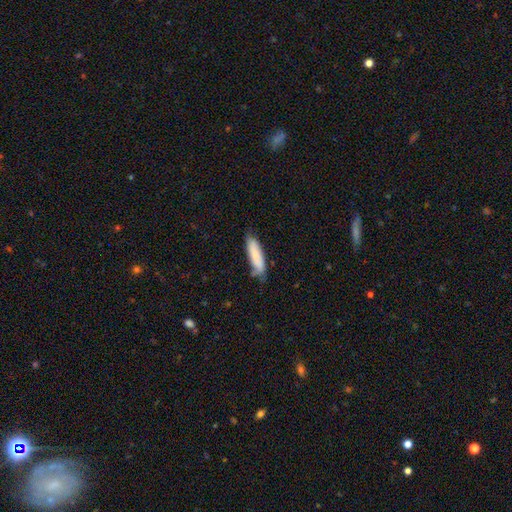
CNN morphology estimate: Smooth or featured?
  - smooth: 75% *
  - featured or disk: 19%
  - star or artifact: 6%
How rounded?
  - cigar-shaped: 62% *
  - in between: 36%
  - round: 2%
Merging?
  - none: 62% *
  - minor disturbance: 29%
  - major disturbance: 7%
  - merger: 3%